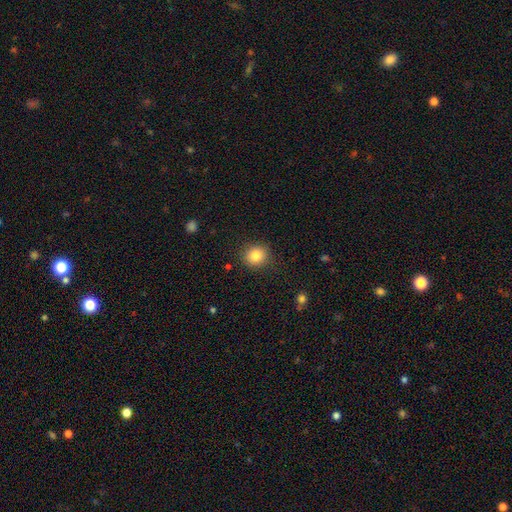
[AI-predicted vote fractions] Smooth or featured: smooth — 84% (star or artifact — 10%)
How rounded: round — 86% (in between — 13%)
Merging: none — 88% (minor disturbance — 8%)